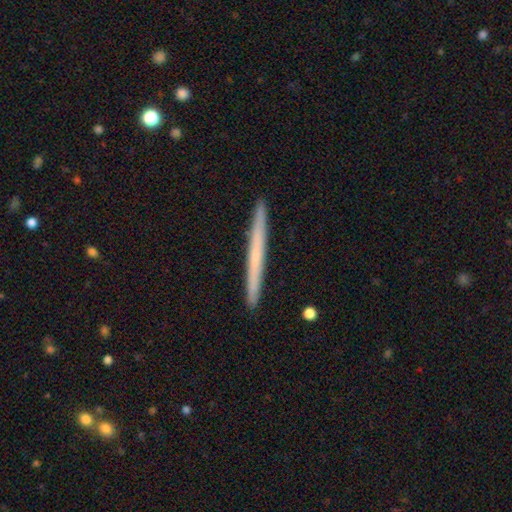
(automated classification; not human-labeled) smooth 51%, featured or disk 43%, star or artifact 5%. Down the decision tree: how rounded — cigar-shaped (98%); merging — none (93%).